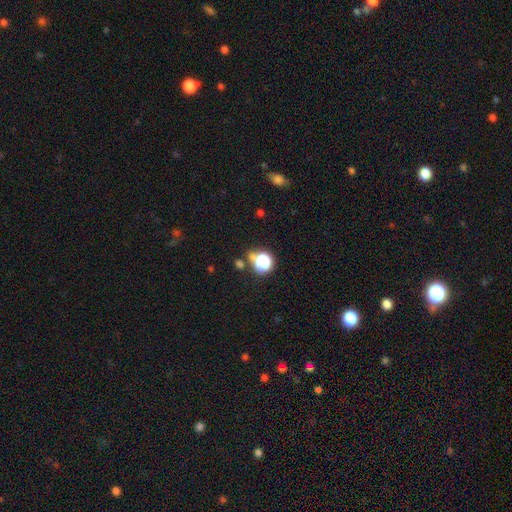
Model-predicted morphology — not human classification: type=star or artifact (54%).